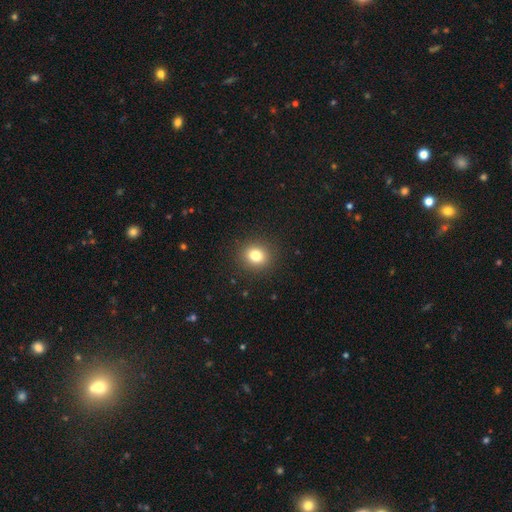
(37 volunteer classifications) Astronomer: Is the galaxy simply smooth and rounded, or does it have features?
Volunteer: smooth — 84%.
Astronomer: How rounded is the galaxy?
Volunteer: round — 81%.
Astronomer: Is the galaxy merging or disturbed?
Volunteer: none — 97%.